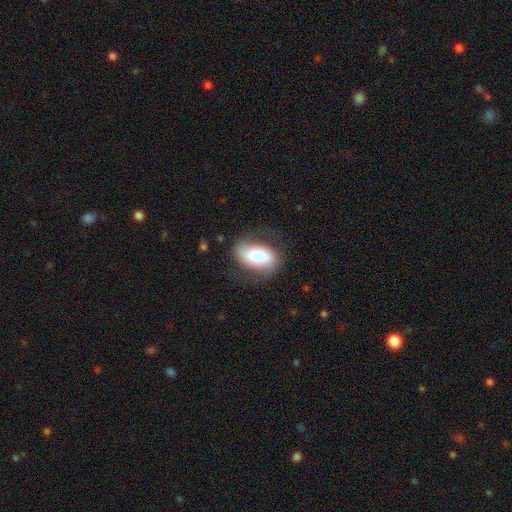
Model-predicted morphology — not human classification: Q: Smooth or featured?
A: smooth (51%); runner-up: featured or disk (42%)
Q: How rounded?
A: in between (90%); runner-up: round (8%)
Q: Merging?
A: none (67%); runner-up: minor disturbance (19%)